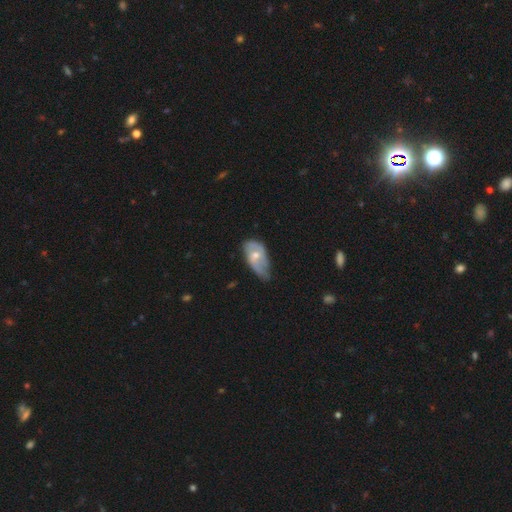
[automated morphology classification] featured or disk 50%, smooth 44%, star or artifact 6%. Down the decision tree: edge-on disk — no (91%); merging — minor disturbance (49%).